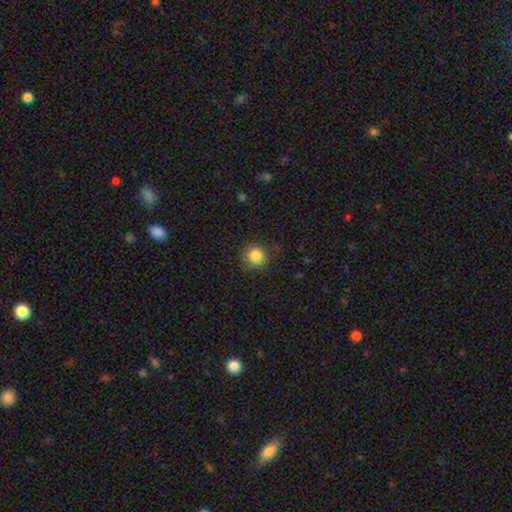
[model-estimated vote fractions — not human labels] The model was most divided on "merging": none: 85%, minor disturbance: 11%, major disturbance: 3%, merger: 1%. More confident: how rounded — round (91%); smooth or featured — smooth (85%).